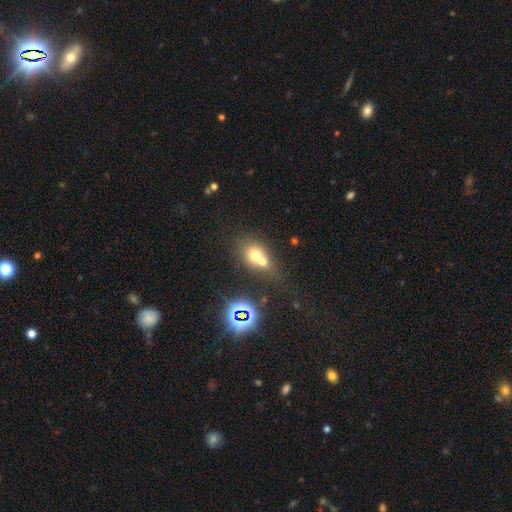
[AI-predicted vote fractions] Smooth or featured: smooth — 62% (featured or disk — 21%)
How rounded: round — 58% (in between — 40%)
Merging: merger — 61% (none — 27%)